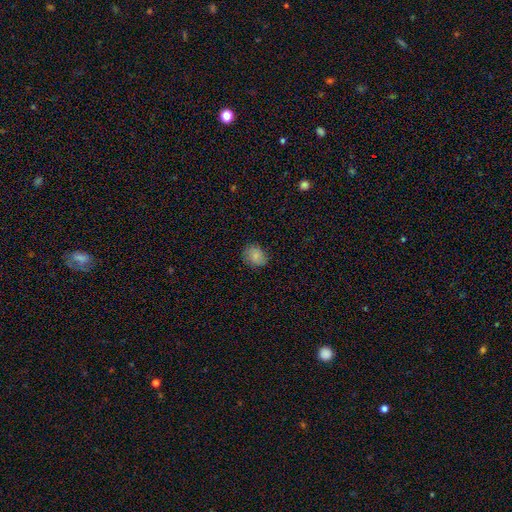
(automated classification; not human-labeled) The model was most divided on "how rounded": round: 55%, in between: 45%, cigar-shaped: 1%. More confident: smooth or featured — smooth (83%); merging — none (77%).